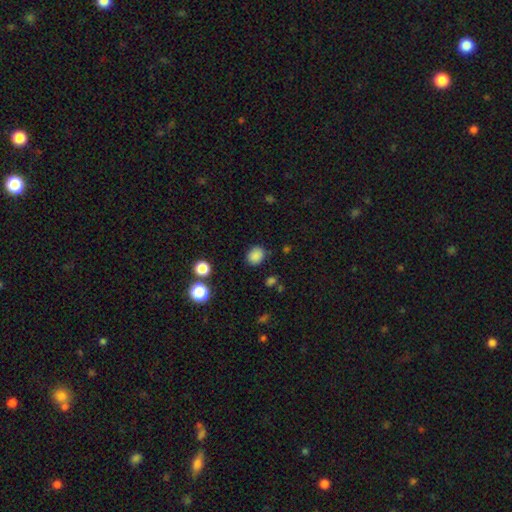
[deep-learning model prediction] Smooth or featured? Predicted: smooth (p=0.85). How rounded? Predicted: round (p=0.65). Merging? Predicted: none (p=0.83).